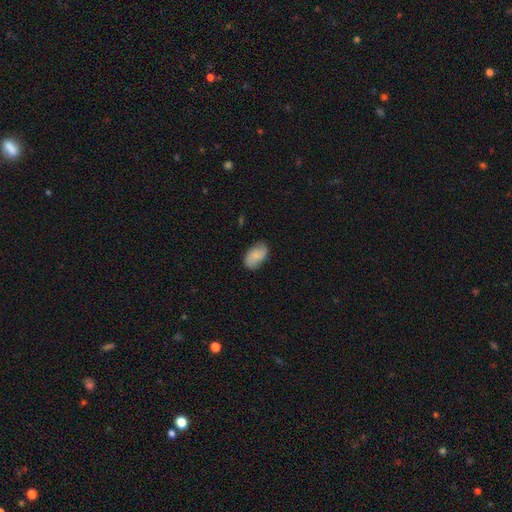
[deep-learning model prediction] Morphology: type=smooth (74%); roundness=in between (93%); merging=none (78%).